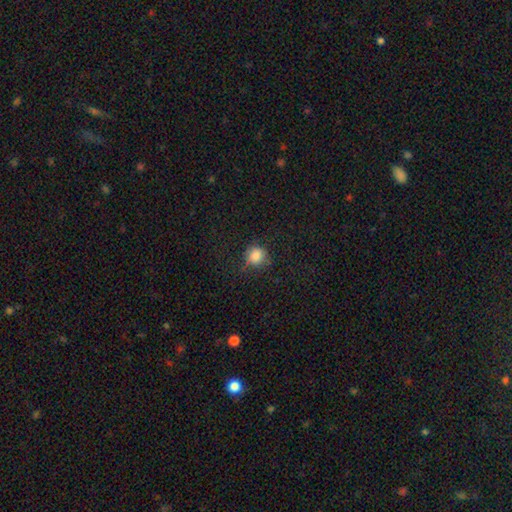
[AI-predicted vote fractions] A smooth galaxy with no disk features (82%) that is round (88%).

Vote fractions:
- Smooth or featured? smooth: 82% / star or artifact: 12% / featured or disk: 6%
- How rounded? round: 88% / in between: 11% / cigar-shaped: 1%
- Merging? none: 74% / minor disturbance: 18% / major disturbance: 7% / merger: 2%